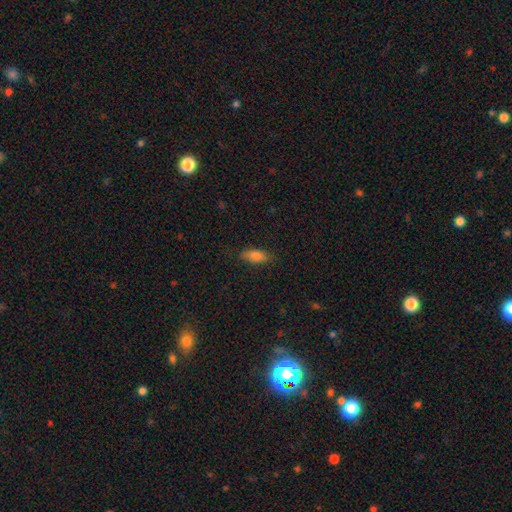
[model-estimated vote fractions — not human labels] This is clearly a smooth galaxy (81%). How rounded: likely in between (78%). Merging: clearly none (83%).